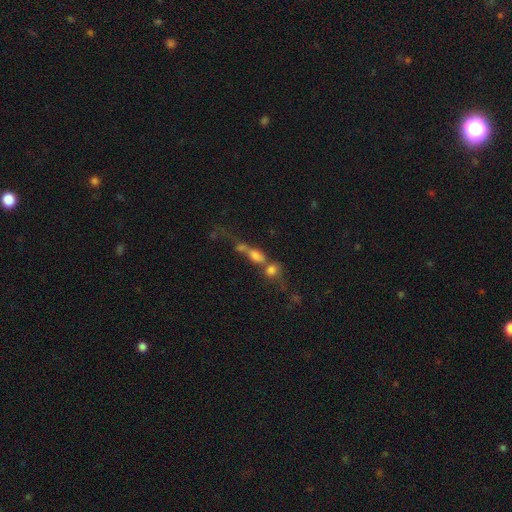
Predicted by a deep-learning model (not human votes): Smooth or featured: smooth — 63% (featured or disk — 23%)
How rounded: in between — 58% (round — 26%)
Merging: merger — 62% (none — 20%)